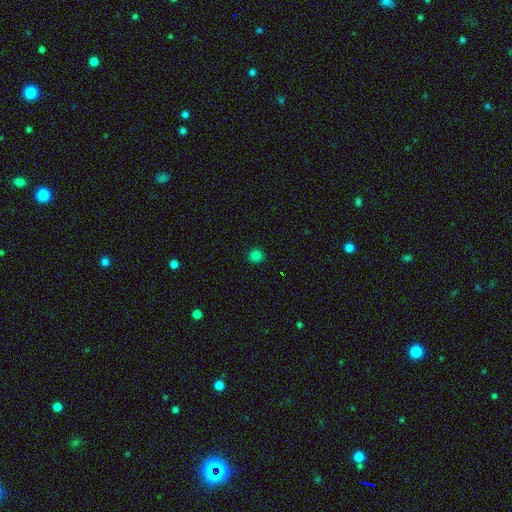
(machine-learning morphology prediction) Smooth or featured? Predicted: smooth (p=0.81). How rounded? Predicted: round (p=0.89). Merging? Predicted: none (p=0.92).